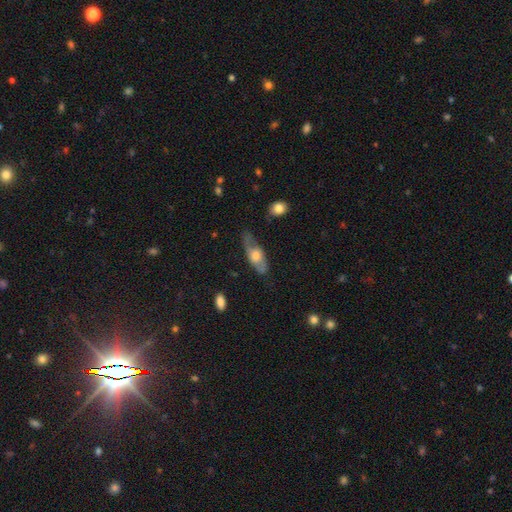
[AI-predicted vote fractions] smooth_or_featured: smooth (p=0.49) [alt: featured or disk p=0.45]
merging: none (p=0.56) [alt: minor disturbance p=0.30]